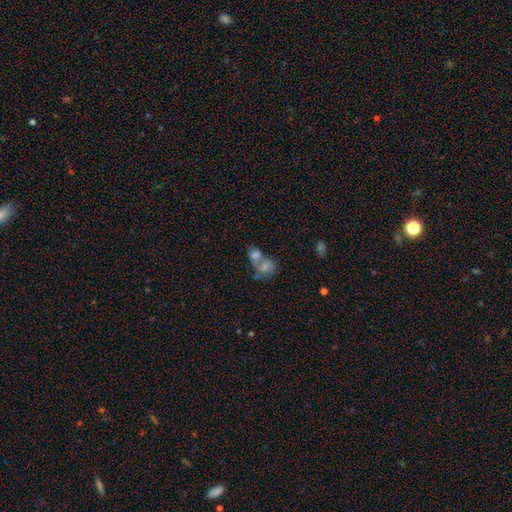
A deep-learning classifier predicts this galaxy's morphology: smooth_or_featured: smooth (p=0.64) [alt: featured or disk p=0.23]
how_rounded: in between (p=0.54) [alt: round p=0.44]
merging: merger (p=0.68) [alt: none p=0.20]